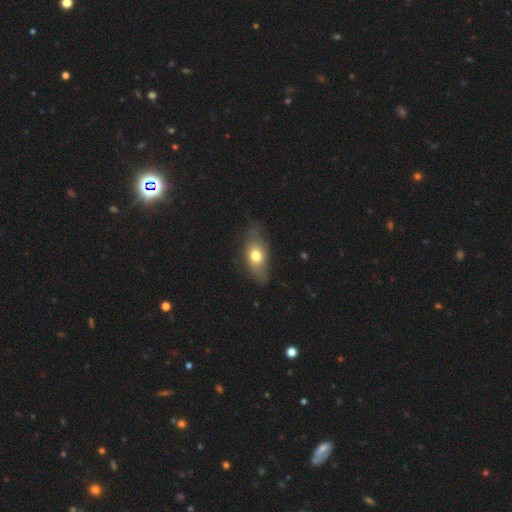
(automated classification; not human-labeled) smooth-or-featured: smooth: 65% | featured or disk: 27% | star or artifact: 8%
  how-rounded: in between: 78% | round: 11% | cigar-shaped: 10%
  merging: none: 66% | minor disturbance: 26% | major disturbance: 7% | merger: 1%